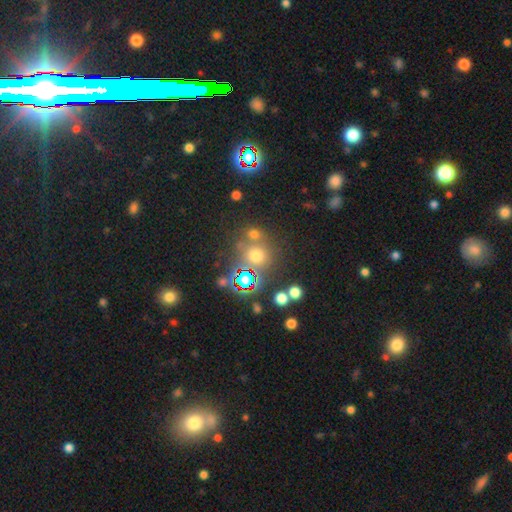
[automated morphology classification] A smooth galaxy with no disk features (60%) that is round (87%). Merging: none (65%).